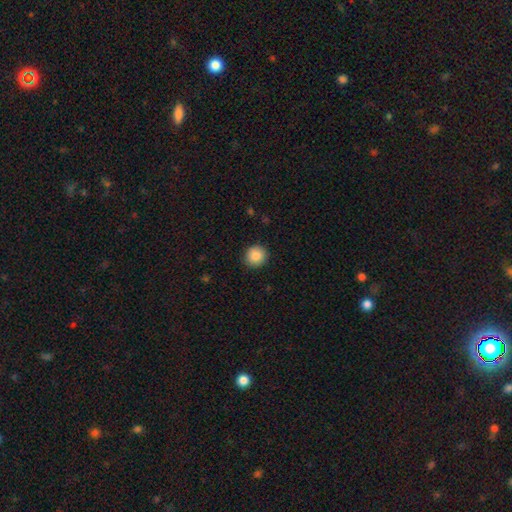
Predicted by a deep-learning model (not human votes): The model was most divided on "smooth or featured": smooth: 86%, star or artifact: 8%, featured or disk: 6%. More confident: merging — none (91%); how rounded — round (89%).